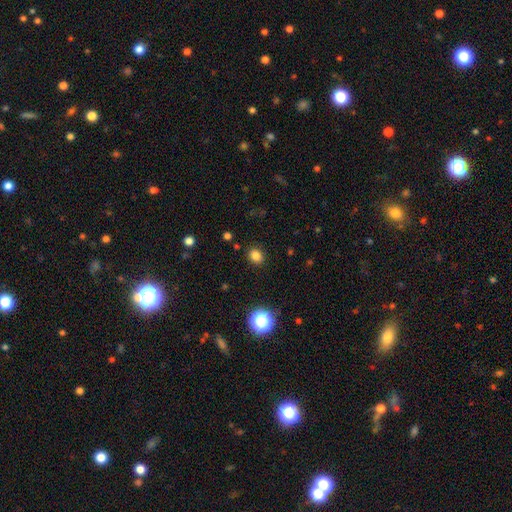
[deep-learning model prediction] smooth-or-featured: smooth: 81% | star or artifact: 14% | featured or disk: 5%
  how-rounded: round: 60% | in between: 39% | cigar-shaped: 1%
  merging: none: 88% | minor disturbance: 8% | major disturbance: 3% | merger: 1%